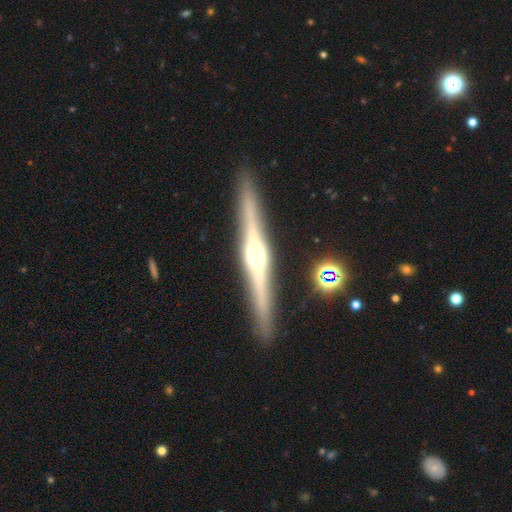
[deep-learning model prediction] smooth-or-featured: featured or disk: 84% | smooth: 11% | star or artifact: 5%
  disk-edge-on: yes: 98% | no: 2%
    edge-on-bulge: rounded: 83% | boxy: 12% | none: 5%
  merging: none: 92% | minor disturbance: 6% | merger: 1% | major disturbance: 1%